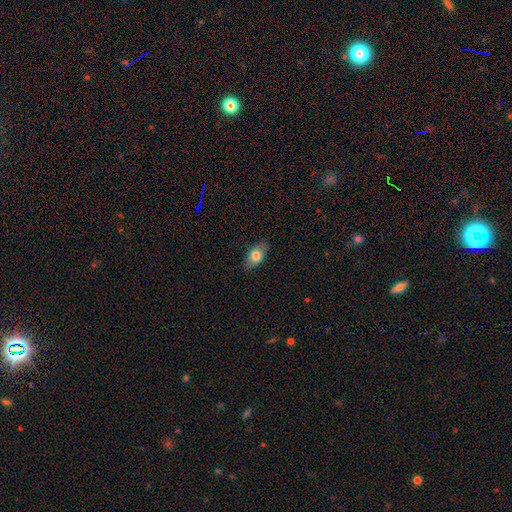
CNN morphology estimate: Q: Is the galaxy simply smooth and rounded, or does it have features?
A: smooth — 76%.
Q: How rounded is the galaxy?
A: in between — 87%.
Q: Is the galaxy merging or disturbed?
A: none — 85%.